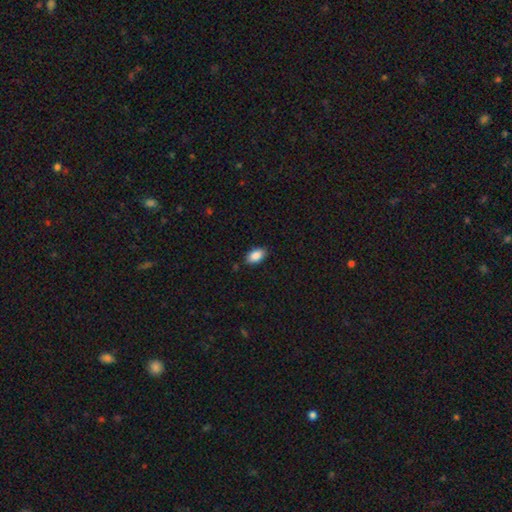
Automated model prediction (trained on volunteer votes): Overall: smooth (88%). How rounded: in between (93%). Merging: none (86%).